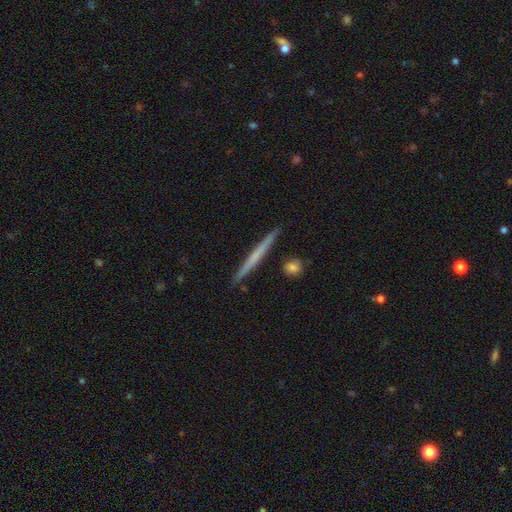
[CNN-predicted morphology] A featured or disk galaxy (48%).

Vote fractions:
- Smooth or featured? featured or disk: 48% / smooth: 47% / star or artifact: 5%
- Merging? none: 91% / minor disturbance: 6% / merger: 2% / major disturbance: 1%